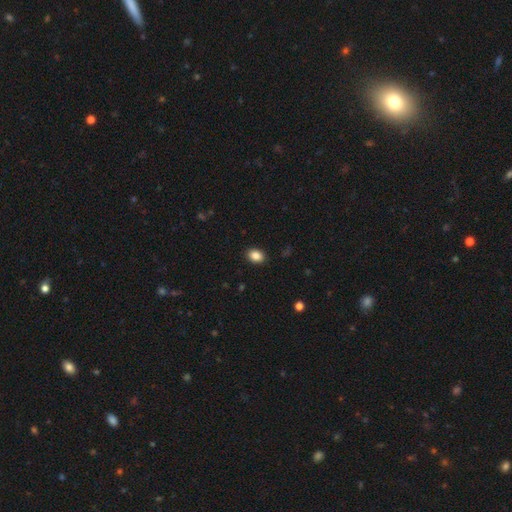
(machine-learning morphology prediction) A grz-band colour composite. It shows a smooth galaxy with no disk features (86%) that is in between round and cigar-shaped (71%). Merging: none (90%).